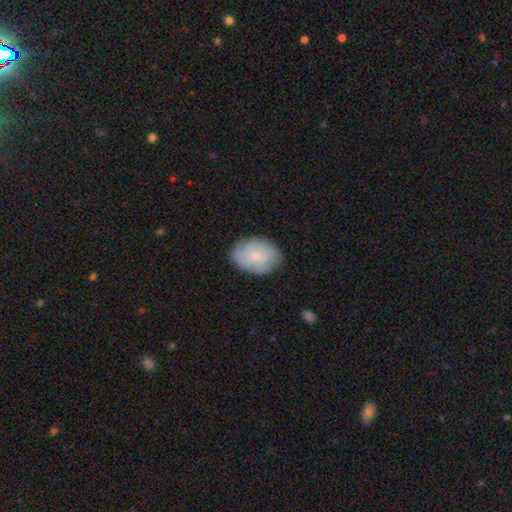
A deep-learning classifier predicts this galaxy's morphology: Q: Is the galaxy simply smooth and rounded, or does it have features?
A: smooth — 65%.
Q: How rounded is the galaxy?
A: in between — 80%.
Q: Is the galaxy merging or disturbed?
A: none — 78%.